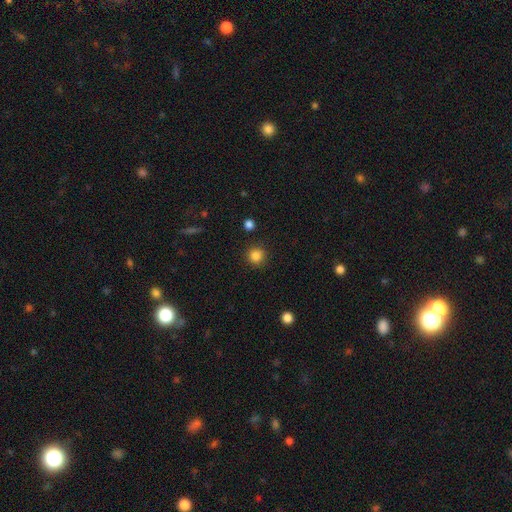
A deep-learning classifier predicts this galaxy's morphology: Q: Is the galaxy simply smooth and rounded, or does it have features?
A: smooth — 84%.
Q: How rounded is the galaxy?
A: round — 94%.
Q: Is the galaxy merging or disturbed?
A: none — 91%.